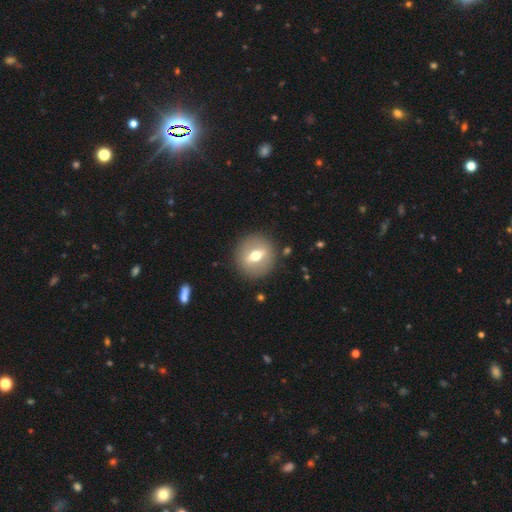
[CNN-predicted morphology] This appears to be a featured or disk galaxy (47%). Merging: none (89%).